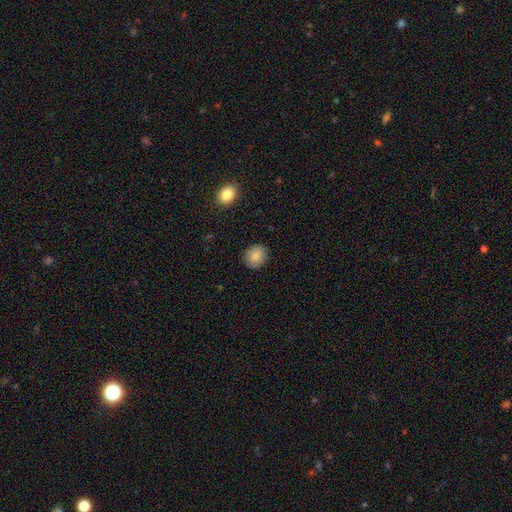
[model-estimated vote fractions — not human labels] The model was most divided on "how rounded": round: 67%, in between: 32%, cigar-shaped: 1%. More confident: merging — none (88%); smooth or featured — smooth (86%).